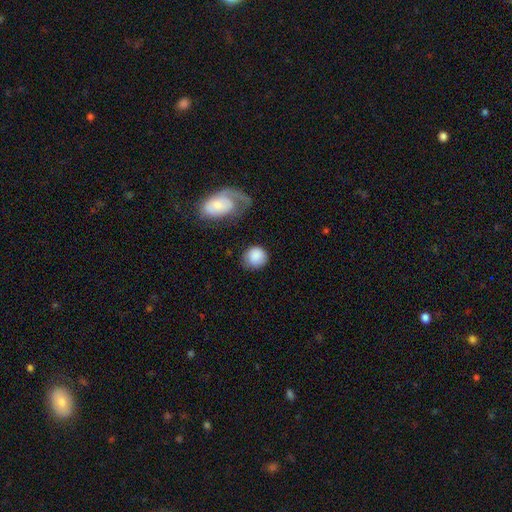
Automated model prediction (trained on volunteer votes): This is clearly a smooth galaxy (85%). How rounded: clearly round (85%). Merging: likely none (69%).